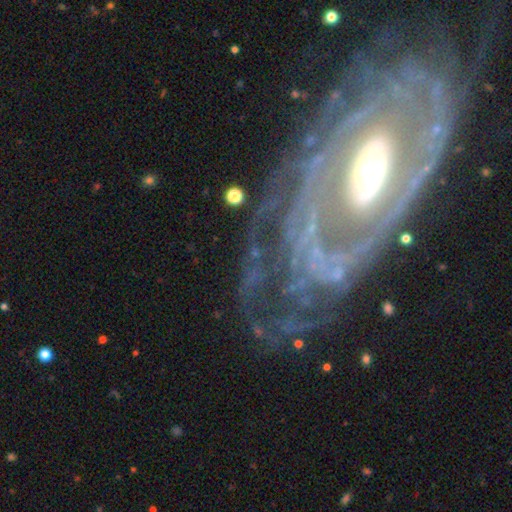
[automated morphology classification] A featured or disk galaxy (80%) with no bar (44%), tight (55%) spiral arms (83%) and a moderate central bulge (39%). Merging: none (56%).